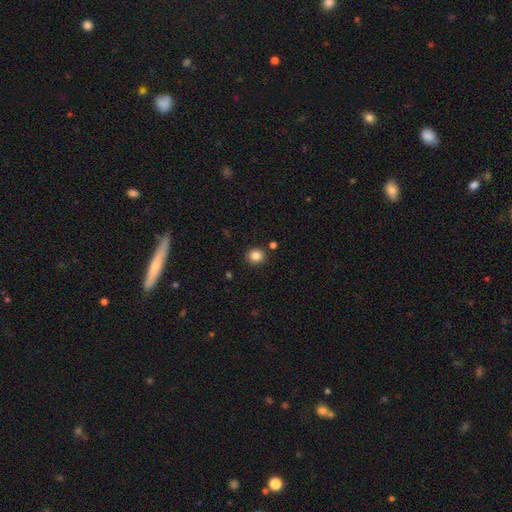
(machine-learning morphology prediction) smooth 85%, star or artifact 11%, featured or disk 4%. Down the decision tree: how rounded — round (81%); merging — none (87%).